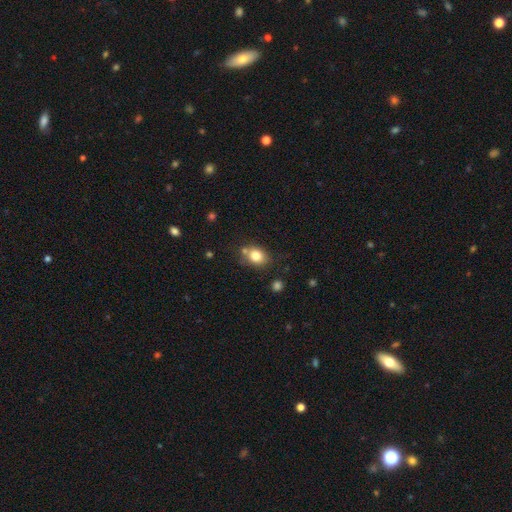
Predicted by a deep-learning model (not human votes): A smooth galaxy with no disk features (80%) that is in between round and cigar-shaped (50%). Merging: none (67%).